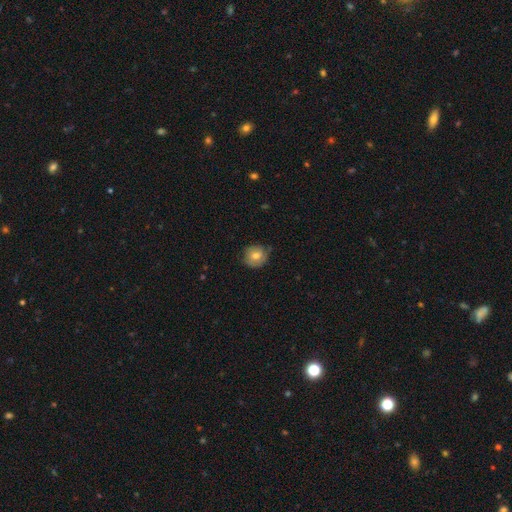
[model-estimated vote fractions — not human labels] Q: Smooth or featured?
A: smooth (68%); runner-up: featured or disk (23%)
Q: How rounded?
A: round (84%); runner-up: in between (15%)
Q: Merging?
A: none (69%); runner-up: minor disturbance (24%)